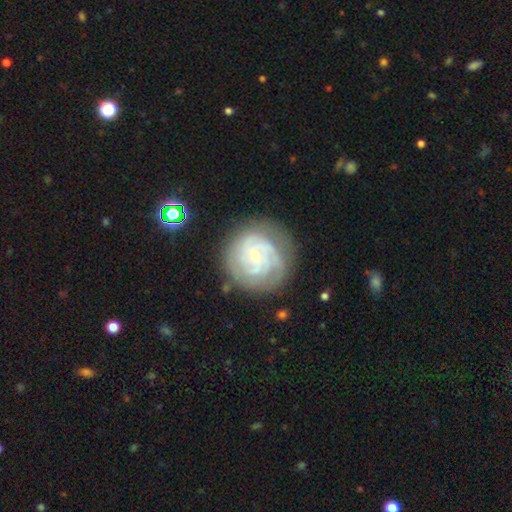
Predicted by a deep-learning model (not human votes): This is likely a featured or disk galaxy (78%). It is clearly not viewed edge-on (98%). Bar: likely no (71%). Spiral arm pattern: clearly yes (93%). Spiral arm count: marginally can't tell (34%). Spiral winding: likely tight (69%). Central bulge: clearly small (81%). Merging: likely none (71%).